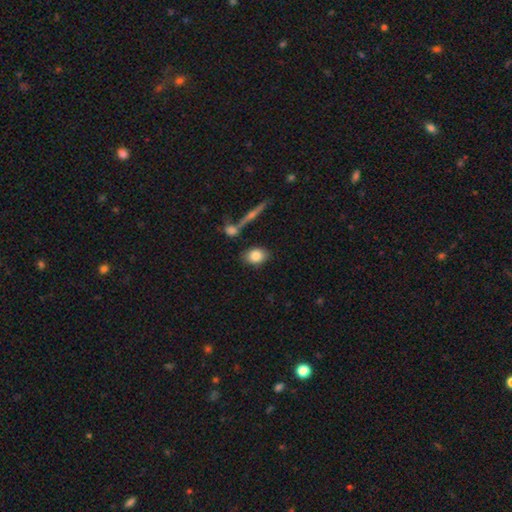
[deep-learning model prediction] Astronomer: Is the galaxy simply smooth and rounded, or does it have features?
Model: smooth — 82%.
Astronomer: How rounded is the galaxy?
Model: in between — 70%.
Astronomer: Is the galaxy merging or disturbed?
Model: none — 76%.